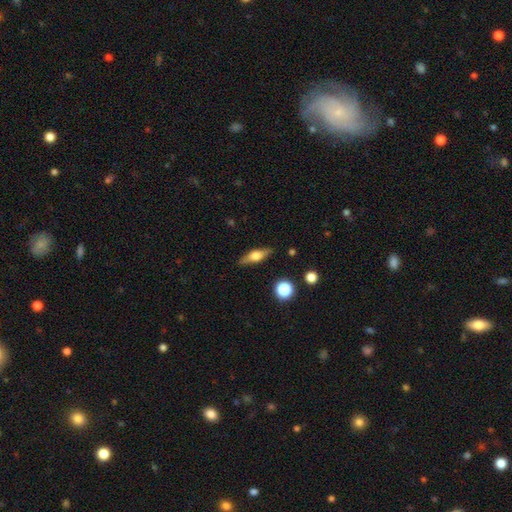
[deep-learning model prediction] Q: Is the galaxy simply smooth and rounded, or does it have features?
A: featured or disk — 47%.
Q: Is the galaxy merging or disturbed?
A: none — 86%.